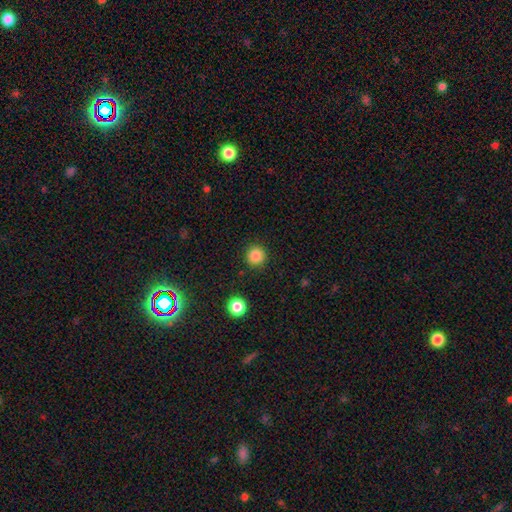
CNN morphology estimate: This appears to be a smooth galaxy with no disk features (85%) that is round (95%). Merging: none (91%).